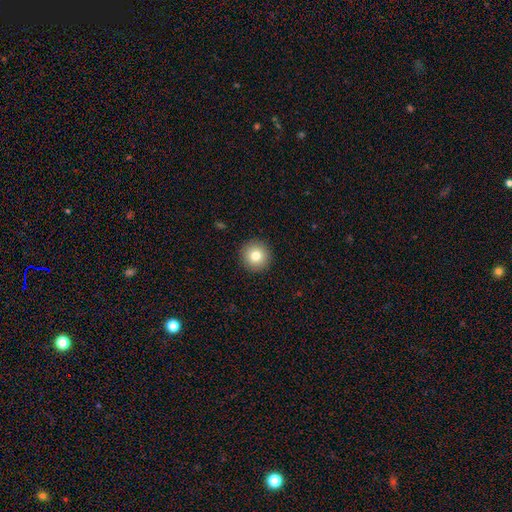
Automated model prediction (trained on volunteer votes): smooth-or-featured: smooth: 80% | star or artifact: 10% | featured or disk: 10%
  how-rounded: round: 96% | in between: 3% | cigar-shaped: 1%
  merging: none: 92% | minor disturbance: 5% | major disturbance: 2% | merger: 1%